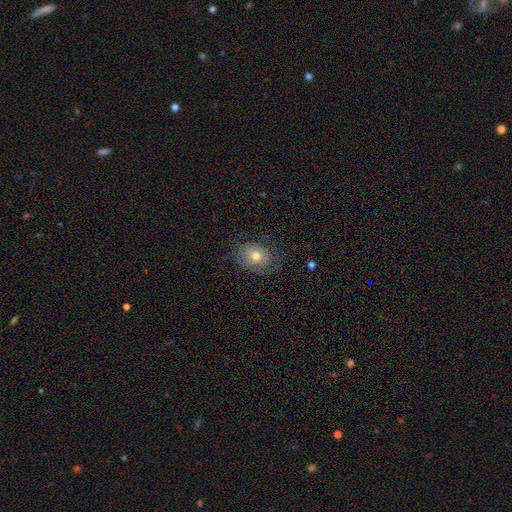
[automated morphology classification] Overall: smooth (66%). How rounded: in between (62%; round 37%). Merging: none (66%).